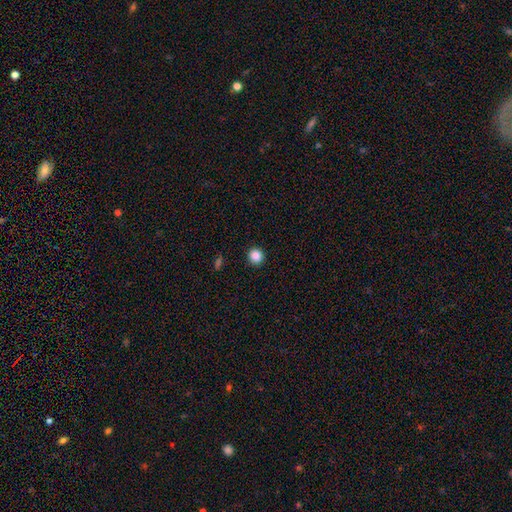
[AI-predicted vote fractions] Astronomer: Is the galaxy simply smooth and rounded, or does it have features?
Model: smooth — 87%.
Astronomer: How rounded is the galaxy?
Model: round — 92%.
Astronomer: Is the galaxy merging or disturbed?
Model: none — 92%.